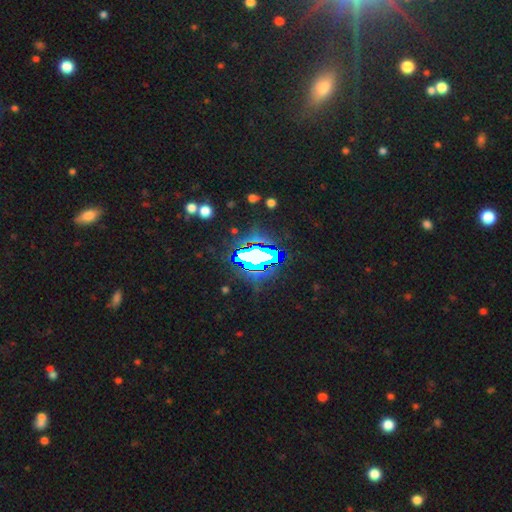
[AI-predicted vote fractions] Smooth or featured?
  - star or artifact: 70% *
  - smooth: 16%
  - featured or disk: 15%